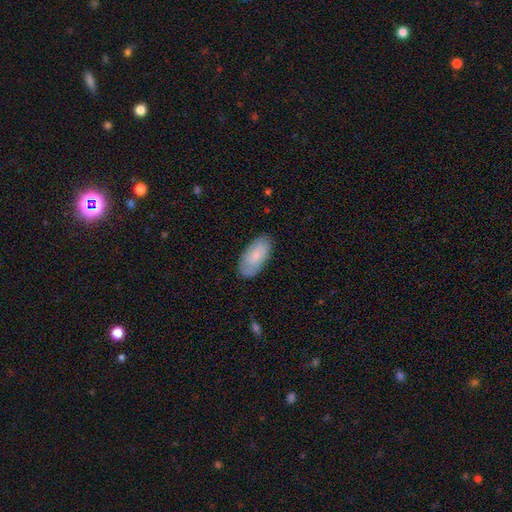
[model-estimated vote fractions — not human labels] Smooth or featured? Predicted: smooth (p=0.74). How rounded? Predicted: in between (p=0.93). Merging? Predicted: none (p=0.80).